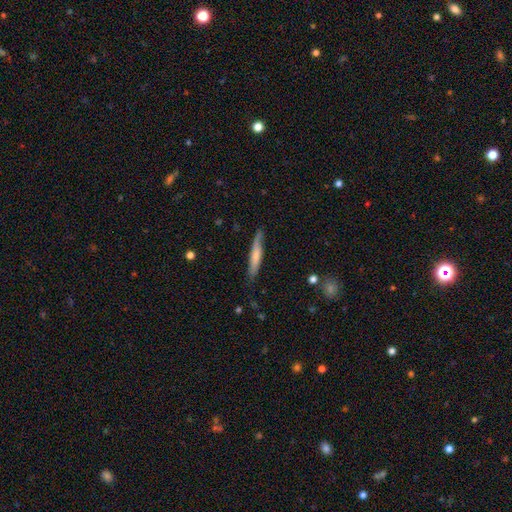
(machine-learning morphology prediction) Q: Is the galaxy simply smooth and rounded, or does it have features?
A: smooth — 62%.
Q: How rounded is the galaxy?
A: cigar-shaped — 91%.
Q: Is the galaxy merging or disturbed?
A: none — 79%.